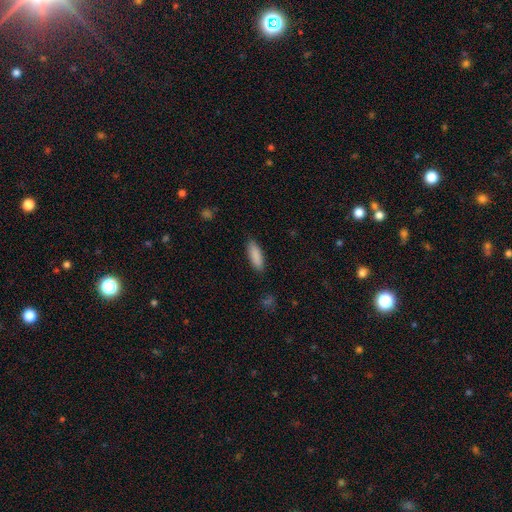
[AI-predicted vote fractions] A smooth galaxy with no disk features (89%) that is in between round and cigar-shaped (56%).

Vote fractions:
- Smooth or featured? smooth: 89% / star or artifact: 6% / featured or disk: 5%
- How rounded? in between: 56% / cigar-shaped: 43% / round: 2%
- Merging? none: 87% / minor disturbance: 9% / major disturbance: 2% / merger: 1%